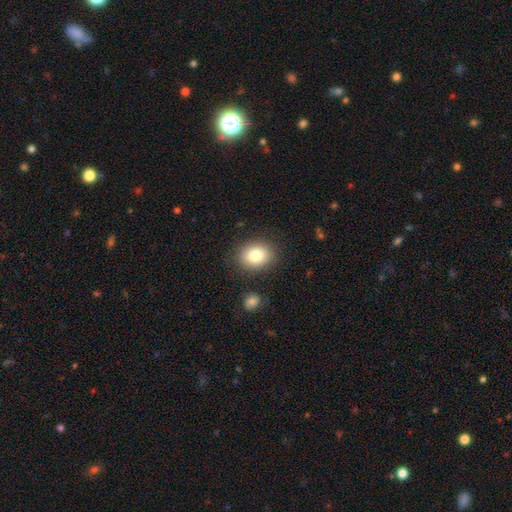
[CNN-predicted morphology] This is clearly a smooth galaxy (82%). How rounded: possibly in between (53%). Merging: clearly none (85%).